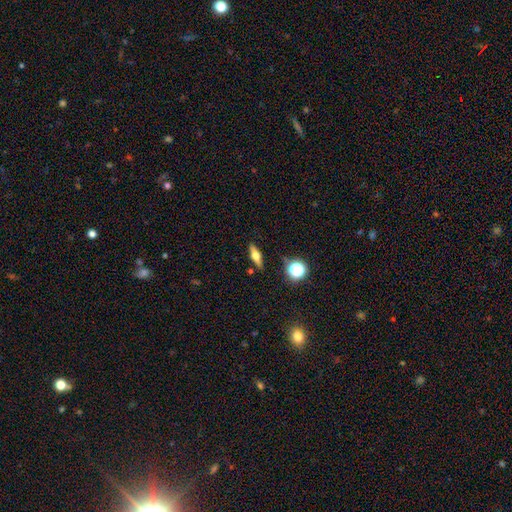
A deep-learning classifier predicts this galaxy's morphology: smooth-or-featured: featured or disk: 52% | smooth: 38% | star or artifact: 10%
  disk-edge-on: yes: 90% | no: 10%
  merging: none: 87% | minor disturbance: 9% | major disturbance: 2% | merger: 2%